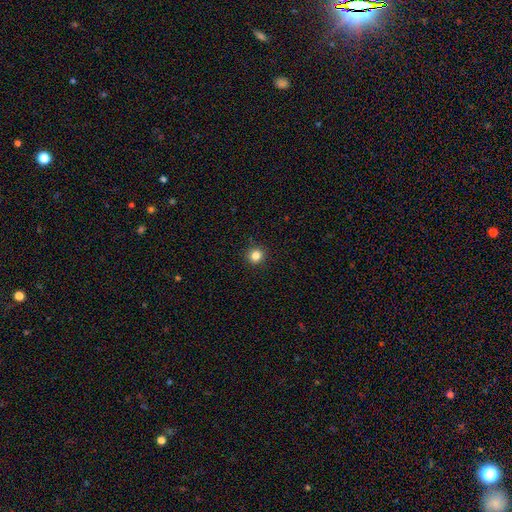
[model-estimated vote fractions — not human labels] A smooth galaxy with no disk features (84%) that is round (92%).

Vote fractions:
- Smooth or featured? smooth: 84% / star or artifact: 12% / featured or disk: 4%
- How rounded? round: 92% / in between: 7% / cigar-shaped: 1%
- Merging? none: 92% / minor disturbance: 5% / major disturbance: 2% / merger: 1%